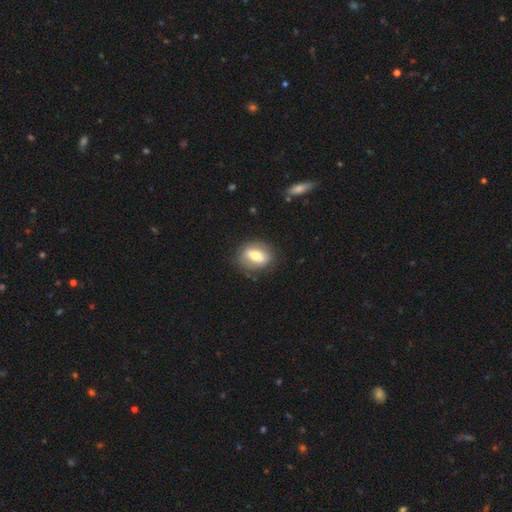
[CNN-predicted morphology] A smooth galaxy with no disk features (58%) that is in between round and cigar-shaped (69%). Merging: none (75%).